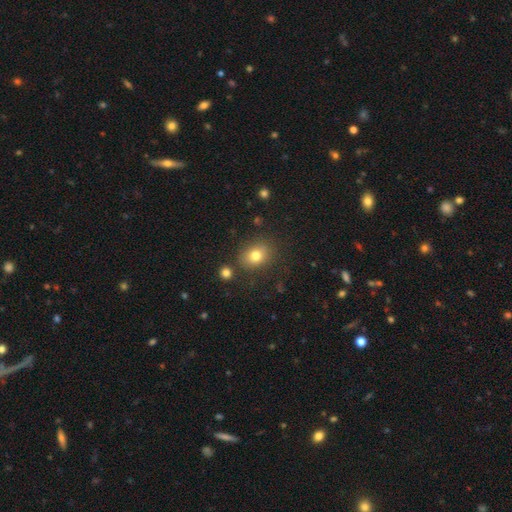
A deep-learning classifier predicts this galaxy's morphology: Smooth or featured?
  - smooth: 79% *
  - star or artifact: 11%
  - featured or disk: 10%
How rounded?
  - in between: 54% *
  - round: 45%
  - cigar-shaped: 1%
Merging?
  - none: 80% *
  - minor disturbance: 12%
  - merger: 4%
  - major disturbance: 4%